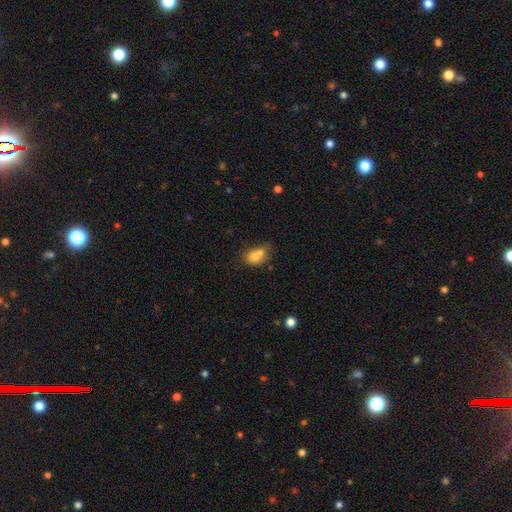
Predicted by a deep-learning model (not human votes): smooth_or_featured: smooth (p=0.72) [alt: featured or disk p=0.17]
how_rounded: in between (p=0.53) [alt: round p=0.46]
merging: merger (p=0.54) [alt: none p=0.28]